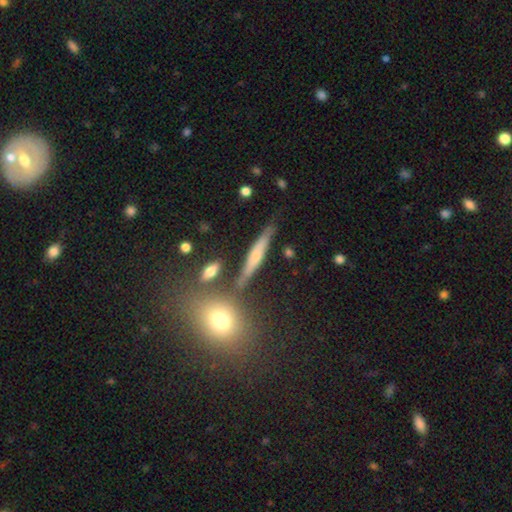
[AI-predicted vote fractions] Smooth or featured? featured or disk (47%)
Merging? none (75%)